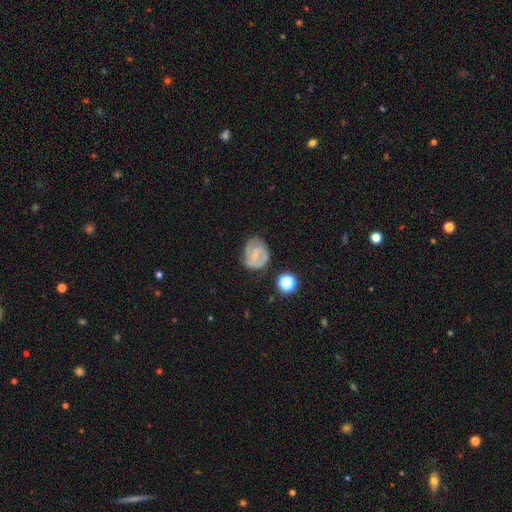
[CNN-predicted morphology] A featured or disk galaxy (65%) with a weak bar (46%), 2 (63%) tight (45%) spiral arms (84%) and a small central bulge (65%).

Vote fractions:
- Smooth or featured? featured or disk: 65% / smooth: 27% / star or artifact: 8%
- Edge-on disk? no: 97% / yes: 3%
- Bar? weak: 46% / no: 39% / strong: 15%
- Spiral arms? yes: 84% / no: 16%
- Spiral winding? tight: 45% / medium: 41% / loose: 14%
- Spiral arm count? 2: 63% / can't tell: 20% / 1: 8% / 3: 6% / 4: 2% / more than 4: 2%
- Bulge size? small: 65% / moderate: 18% / none: 14% / large: 1% / dominant: 1%
- Merging? none: 65% / minor disturbance: 24% / major disturbance: 9% / merger: 3%